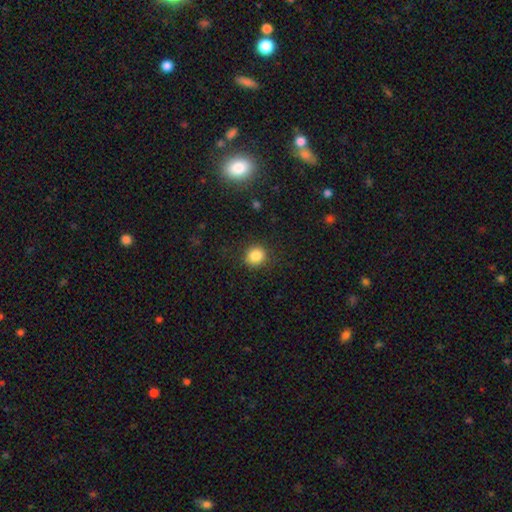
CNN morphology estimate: This appears to be a smooth galaxy with no disk features (85%) that is round (87%). Merging: none (87%).